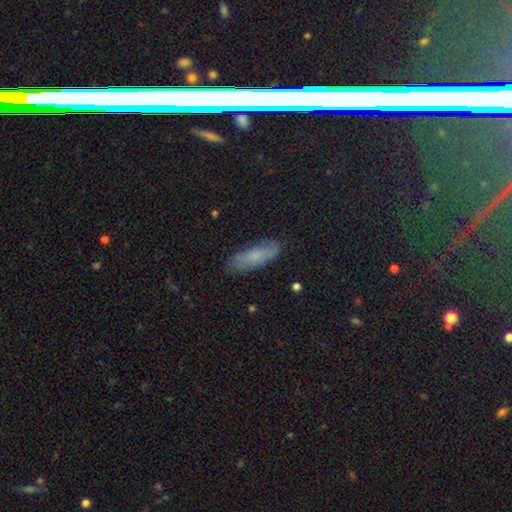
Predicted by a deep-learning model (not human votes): Morphology: type=smooth (69%); roundness=in between (56%); merging=none (83%).